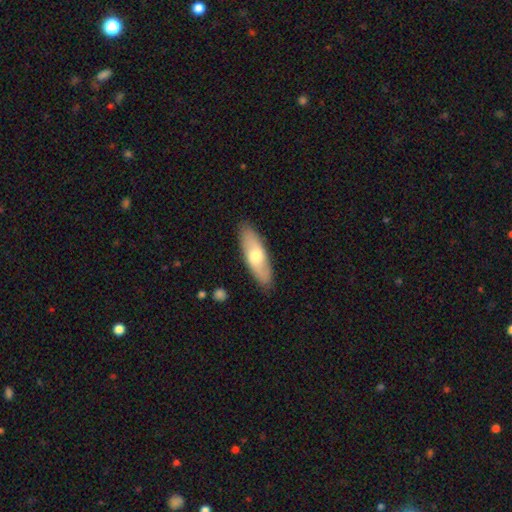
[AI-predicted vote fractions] Smooth or featured: smooth — 61% (featured or disk — 34%)
How rounded: in between — 57% (cigar-shaped — 41%)
Merging: none — 88% (minor disturbance — 9%)